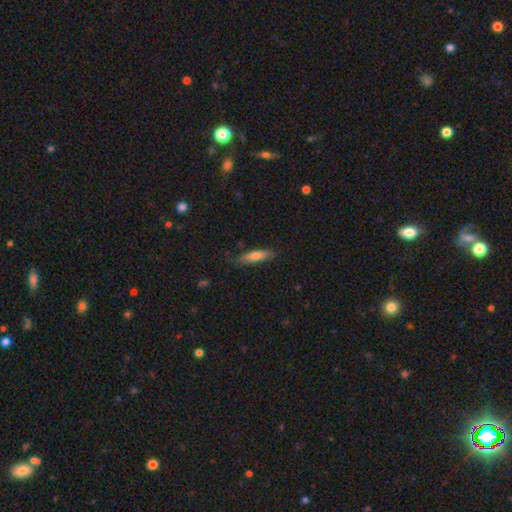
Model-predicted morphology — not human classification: smooth_or_featured: smooth (p=0.68) [alt: featured or disk p=0.26]
how_rounded: cigar-shaped (p=0.72) [alt: in between p=0.26]
merging: none (p=0.79) [alt: minor disturbance p=0.16]